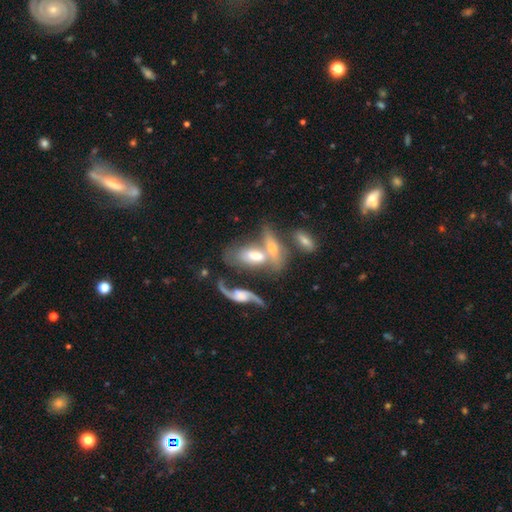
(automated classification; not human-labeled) Overall: smooth (46%; featured or disk 45%). Merging: merger (55%; none 24%).